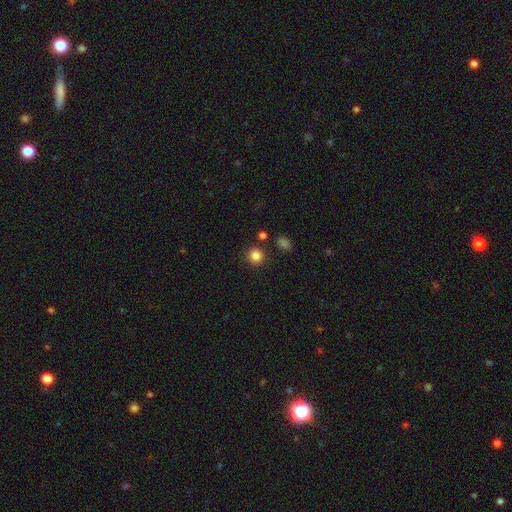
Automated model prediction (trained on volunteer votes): Q: Smooth or featured?
A: smooth (84%); runner-up: star or artifact (12%)
Q: How rounded?
A: round (92%); runner-up: in between (7%)
Q: Merging?
A: none (87%); runner-up: minor disturbance (7%)